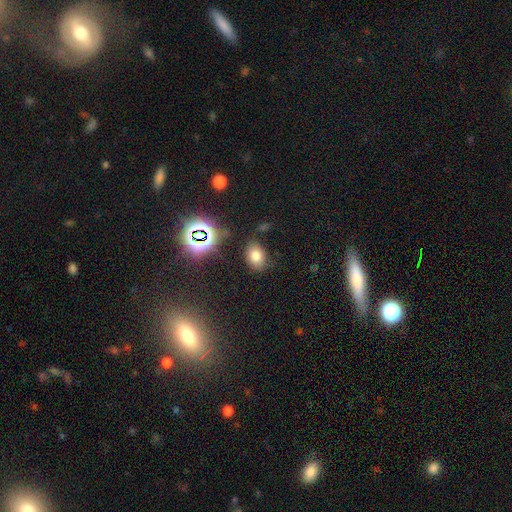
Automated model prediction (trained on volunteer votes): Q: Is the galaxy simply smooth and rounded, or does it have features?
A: smooth — 72%.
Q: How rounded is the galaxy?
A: in between — 74%.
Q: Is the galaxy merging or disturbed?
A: none — 78%.